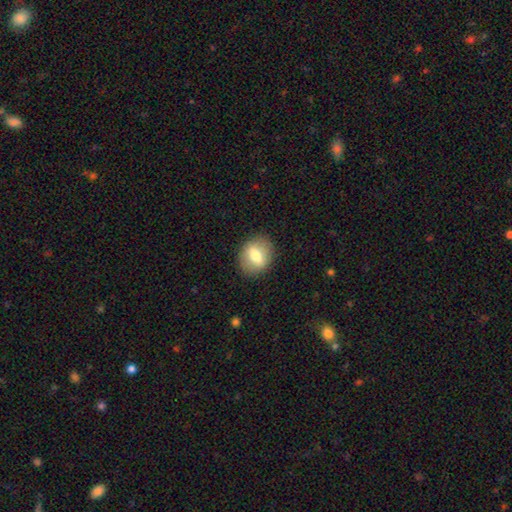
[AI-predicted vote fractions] The model was most divided on "how rounded": round: 52%, in between: 47%, cigar-shaped: 2%. More confident: merging — none (86%); smooth or featured — smooth (64%).